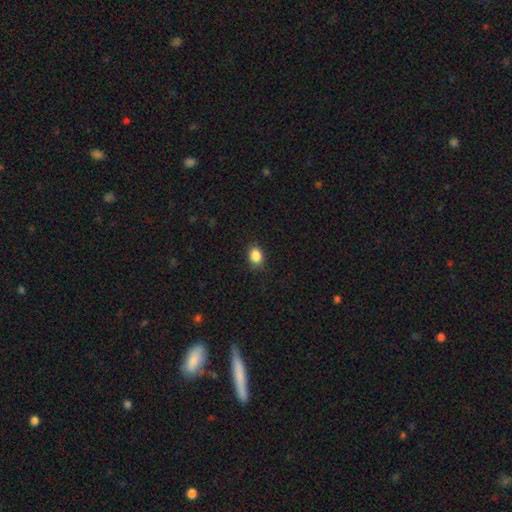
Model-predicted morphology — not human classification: Q: Smooth or featured?
A: smooth (87%); runner-up: star or artifact (9%)
Q: How rounded?
A: in between (58%); runner-up: round (41%)
Q: Merging?
A: none (84%); runner-up: minor disturbance (12%)